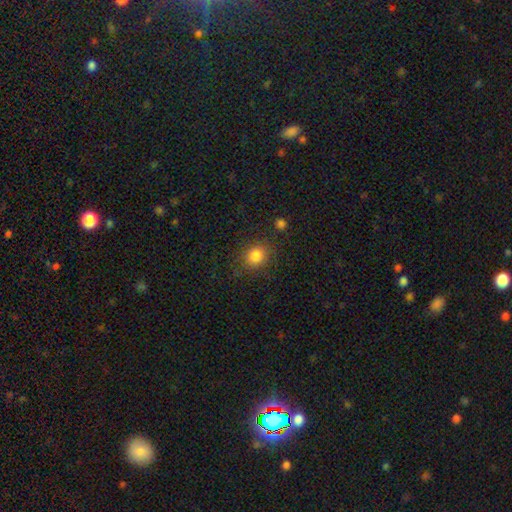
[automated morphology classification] Smooth or featured? Predicted: smooth (p=0.84). How rounded? Predicted: round (p=0.70). Merging? Predicted: none (p=0.80).